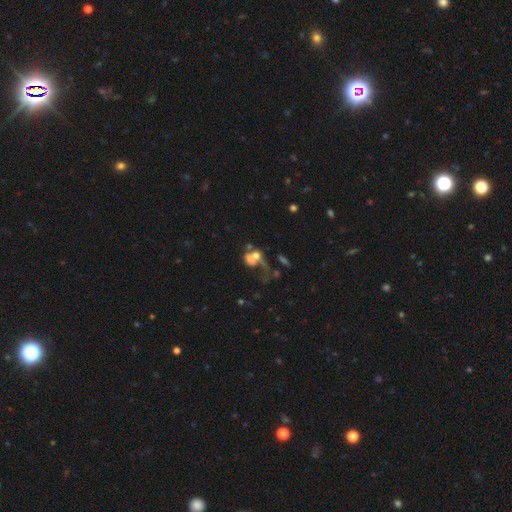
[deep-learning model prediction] Smooth or featured? smooth (44%)
Merging? merger (42%)